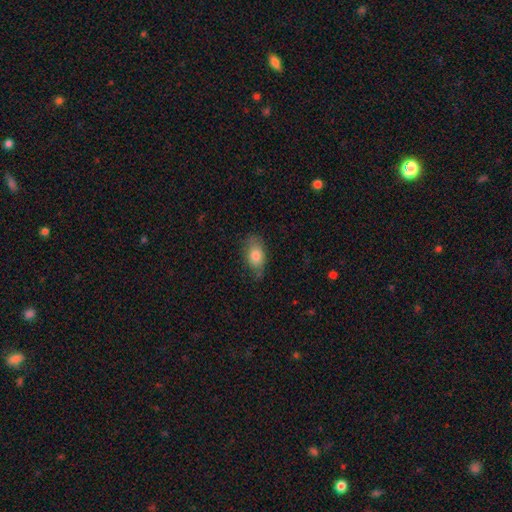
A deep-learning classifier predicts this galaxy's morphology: Smooth or featured?
  - smooth: 77% *
  - featured or disk: 16%
  - star or artifact: 7%
How rounded?
  - in between: 88% *
  - round: 9%
  - cigar-shaped: 3%
Merging?
  - none: 64% *
  - minor disturbance: 27%
  - major disturbance: 7%
  - merger: 1%